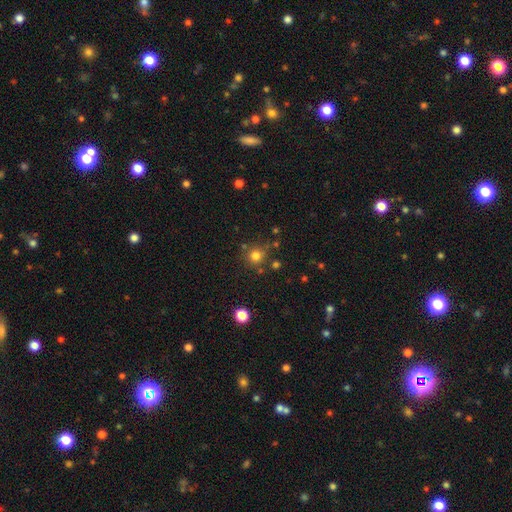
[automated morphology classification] This appears to be a smooth galaxy with no disk features (77%) that is round (92%). Merging: none (77%).